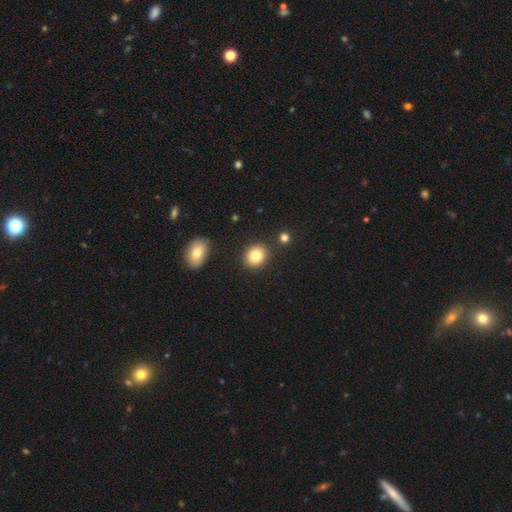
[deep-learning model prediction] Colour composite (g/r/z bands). It shows a smooth galaxy with no disk features (83%) that is round (66%). Merging: none (86%).